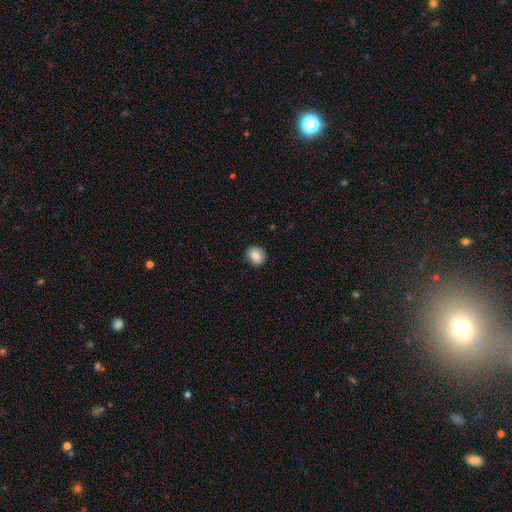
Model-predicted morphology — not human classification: Smooth or featured? smooth (83%)
How rounded? round (82%)
Merging? none (89%)